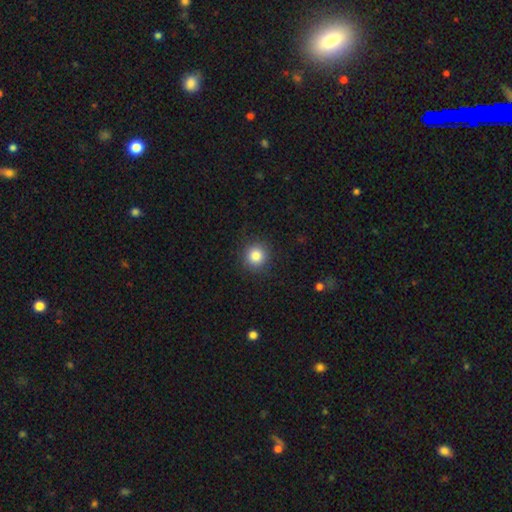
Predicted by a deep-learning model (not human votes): Smooth or featured: smooth — 85% (star or artifact — 10%)
How rounded: round — 94% (in between — 5%)
Merging: none — 90% (minor disturbance — 6%)